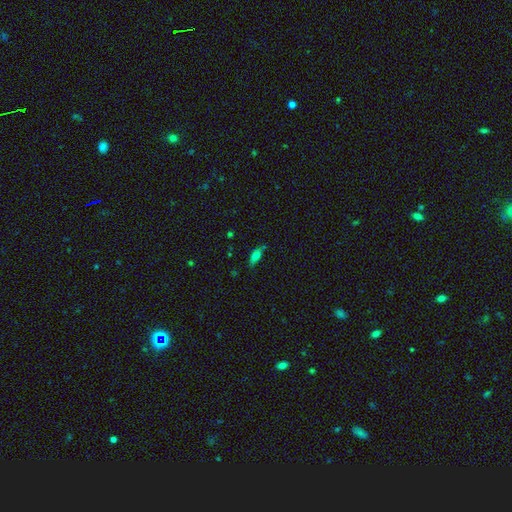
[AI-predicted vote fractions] This is likely a smooth galaxy (68%). How rounded: likely in between (69%). Merging: likely none (66%).